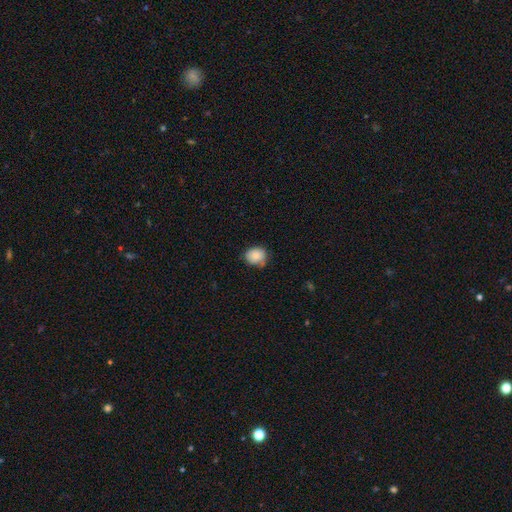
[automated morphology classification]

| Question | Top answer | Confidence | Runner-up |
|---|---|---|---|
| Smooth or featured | smooth | 83% | featured or disk (9%) |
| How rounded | round | 68% | in between (31%) |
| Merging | none | 59% | minor disturbance (31%) |